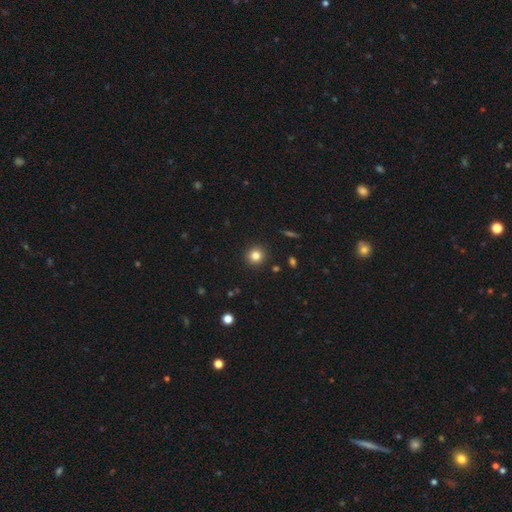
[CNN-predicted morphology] type=smooth (82%); roundness=round (93%); merging=none (92%).